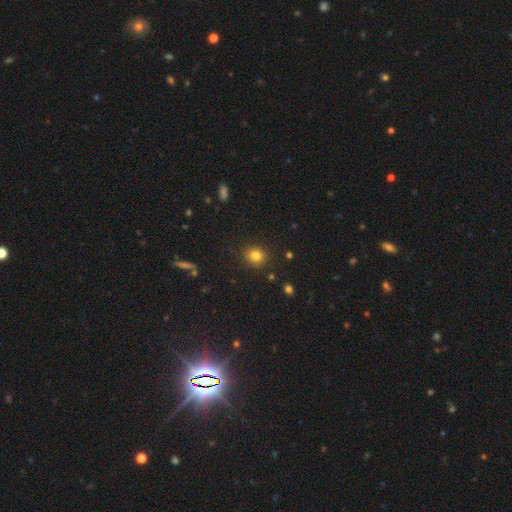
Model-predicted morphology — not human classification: smooth-or-featured: smooth: 81% | star or artifact: 13% | featured or disk: 6%
  how-rounded: round: 86% | in between: 13% | cigar-shaped: 1%
  merging: none: 89% | minor disturbance: 7% | major disturbance: 2% | merger: 2%